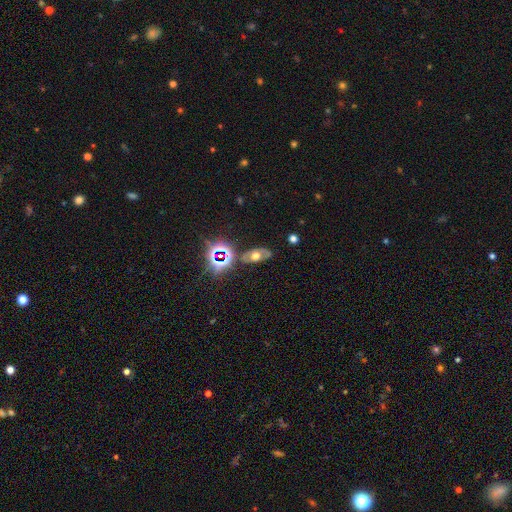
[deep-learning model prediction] Morphology: type=featured or disk (39%); merging=none (73%).